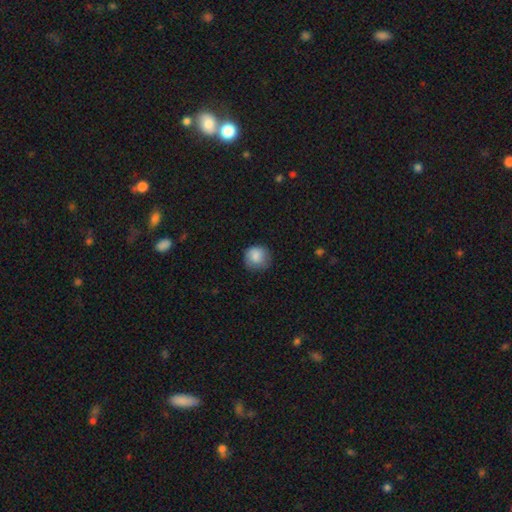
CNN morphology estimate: A smooth galaxy with no disk features (84%) that is round (89%).

Vote fractions:
- Smooth or featured? smooth: 84% / featured or disk: 8% / star or artifact: 8%
- How rounded? round: 89% / in between: 10% / cigar-shaped: 1%
- Merging? none: 75% / minor disturbance: 19% / major disturbance: 5% / merger: 1%